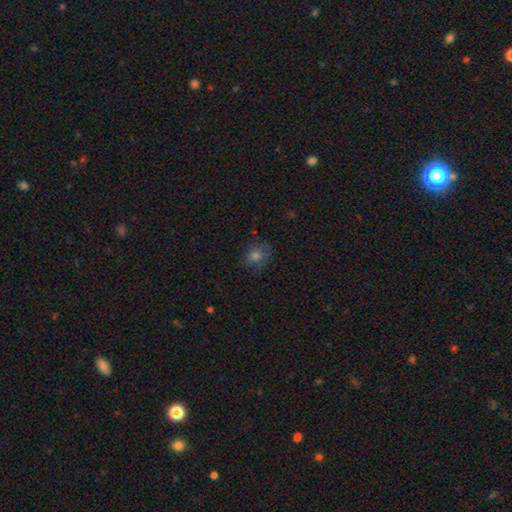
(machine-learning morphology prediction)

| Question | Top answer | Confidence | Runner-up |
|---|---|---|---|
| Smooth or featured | smooth | 70% | star or artifact (18%) |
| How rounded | round | 63% | in between (35%) |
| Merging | none | 76% | minor disturbance (17%) |